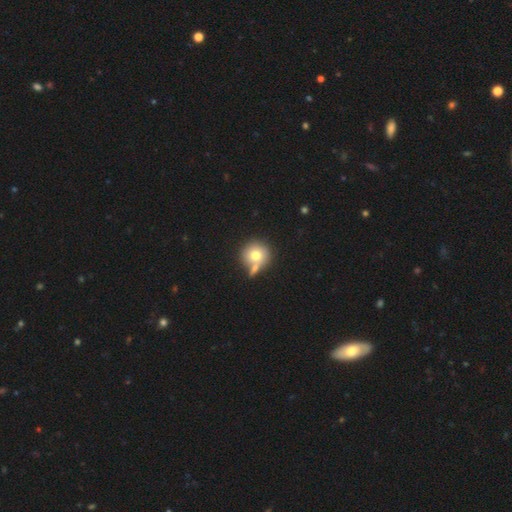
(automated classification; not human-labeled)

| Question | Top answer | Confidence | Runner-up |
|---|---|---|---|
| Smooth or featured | smooth | 73% | featured or disk (17%) |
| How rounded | round | 91% | in between (8%) |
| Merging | none | 55% | merger (29%) |